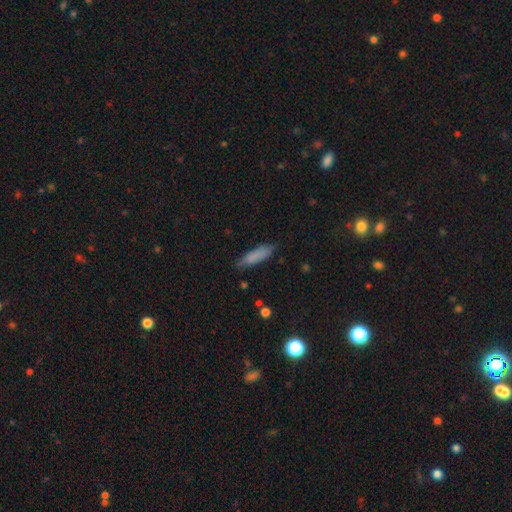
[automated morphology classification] Smooth or featured? smooth (82%)
How rounded? cigar-shaped (67%)
Merging? none (76%)